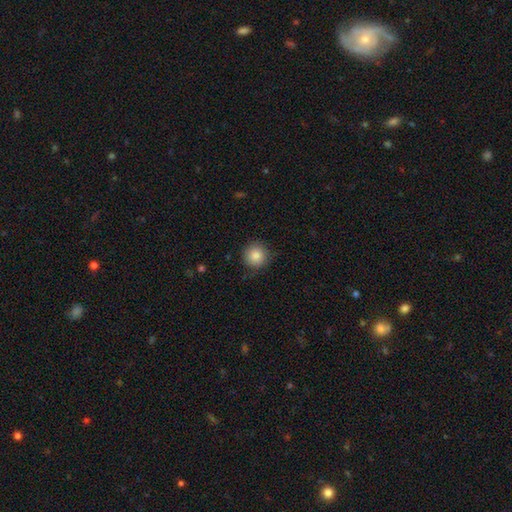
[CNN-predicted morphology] This is clearly a smooth galaxy (86%). How rounded: clearly round (95%). Merging: clearly none (88%).